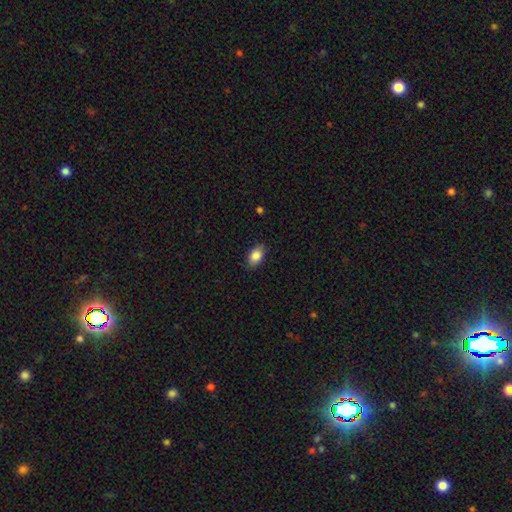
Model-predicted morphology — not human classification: Smooth or featured? Predicted: smooth (p=0.87). How rounded? Predicted: in between (p=0.89). Merging? Predicted: none (p=0.86).